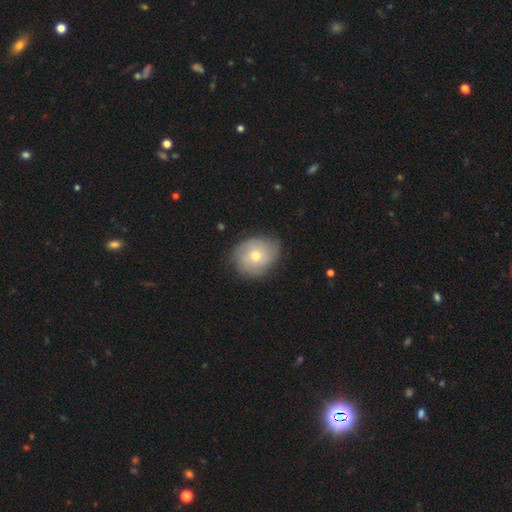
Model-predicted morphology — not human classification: Overall: smooth (49%; featured or disk 44%). Merging: none (75%).